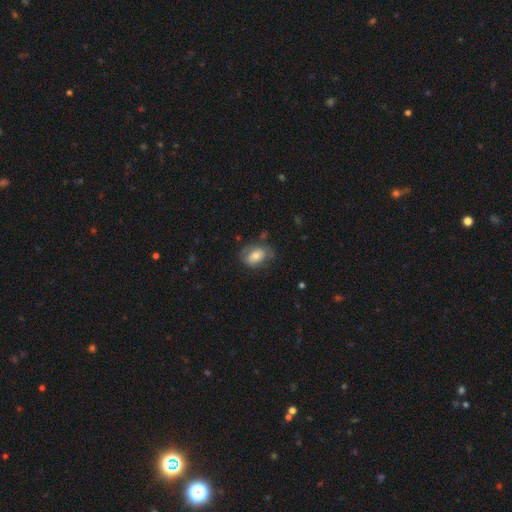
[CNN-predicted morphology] The model was most divided on "merging": none: 59%, minor disturbance: 26%, major disturbance: 13%, merger: 2%. More confident: how rounded — in between (77%); smooth or featured — smooth (65%).